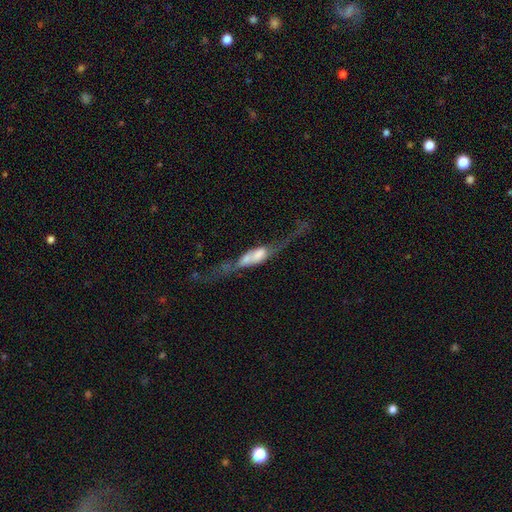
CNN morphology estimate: Smooth or featured? Predicted: featured or disk (p=0.62). Edge-on disk? Predicted: yes (p=0.58). Merging? Predicted: major disturbance (p=0.36).